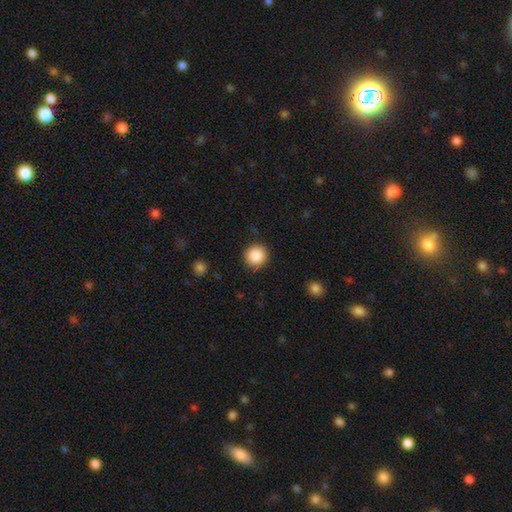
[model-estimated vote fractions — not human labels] Smooth or featured?
  - smooth: 87% *
  - star or artifact: 9%
  - featured or disk: 4%
How rounded?
  - round: 94% *
  - in between: 5%
  - cigar-shaped: 1%
Merging?
  - none: 90% *
  - minor disturbance: 7%
  - major disturbance: 2%
  - merger: 1%